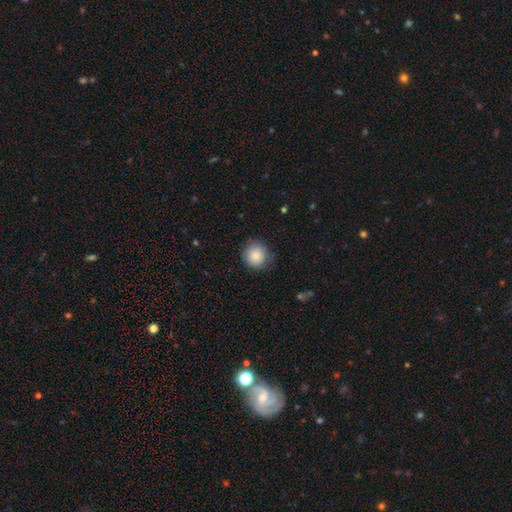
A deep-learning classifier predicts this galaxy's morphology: Smooth or featured? Predicted: smooth (p=0.84). How rounded? Predicted: round (p=0.92). Merging? Predicted: none (p=0.83).